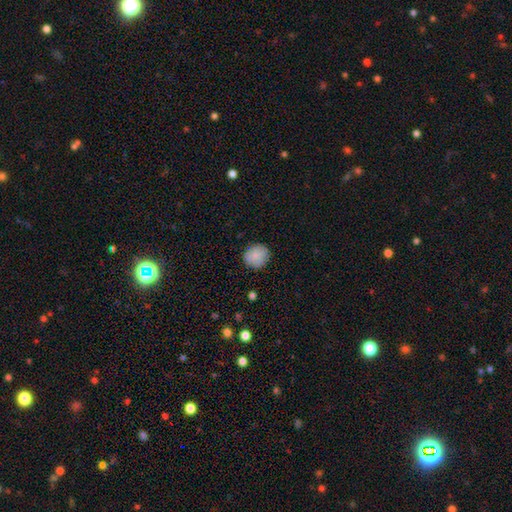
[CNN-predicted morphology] Smooth or featured?
  - smooth: 83% *
  - featured or disk: 9%
  - star or artifact: 7%
How rounded?
  - round: 80% *
  - in between: 19%
  - cigar-shaped: 1%
Merging?
  - none: 82% *
  - minor disturbance: 14%
  - major disturbance: 3%
  - merger: 1%